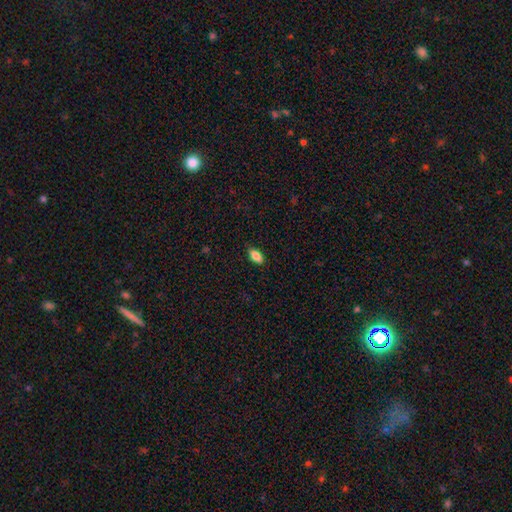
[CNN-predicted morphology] Q: Smooth or featured?
A: smooth (81%); runner-up: featured or disk (11%)
Q: How rounded?
A: in between (89%); runner-up: cigar-shaped (8%)
Q: Merging?
A: none (87%); runner-up: minor disturbance (10%)